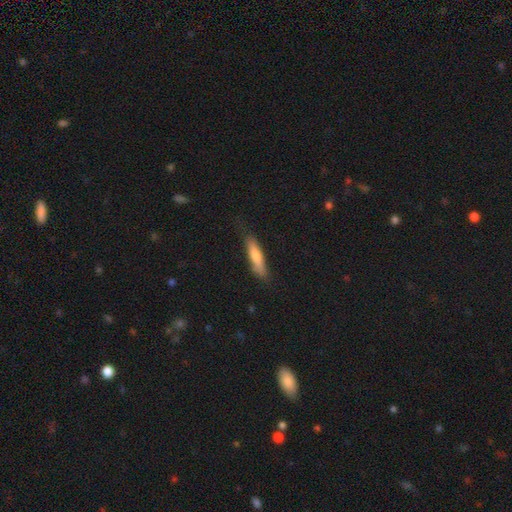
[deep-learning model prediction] Smooth or featured? Predicted: smooth (p=0.69). How rounded? Predicted: cigar-shaped (p=0.82). Merging? Predicted: none (p=0.76).